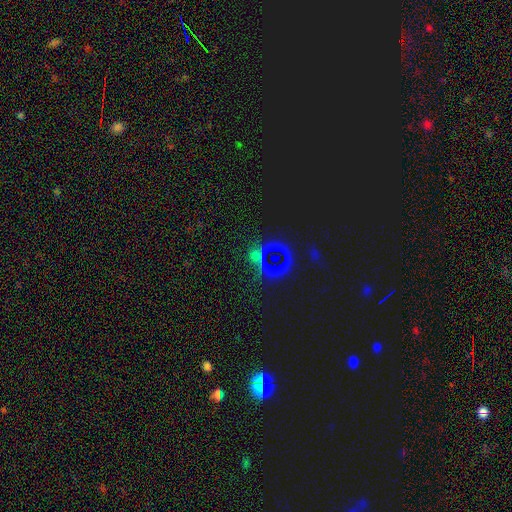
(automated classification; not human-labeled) smooth-or-featured: star or artifact: 71% | smooth: 22% | featured or disk: 8%